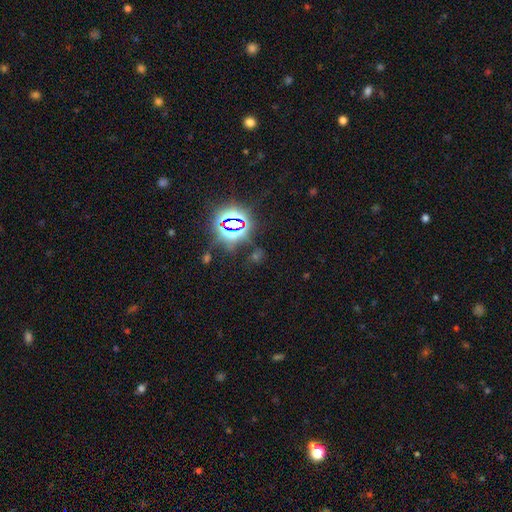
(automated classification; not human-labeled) Overall: star or artifact (74%).